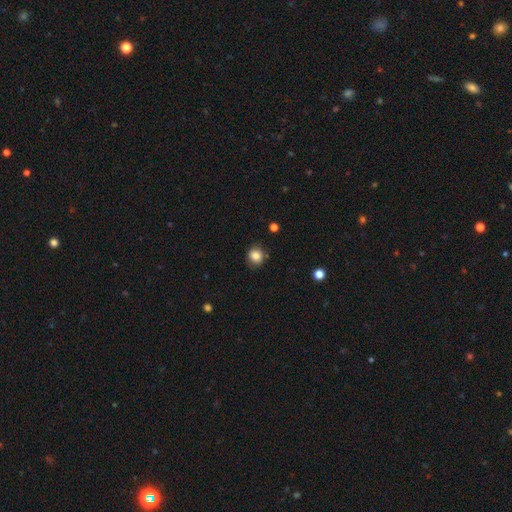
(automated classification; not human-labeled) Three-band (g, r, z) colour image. It shows a smooth galaxy with no disk features (84%) that is round (81%). Merging: none (84%).